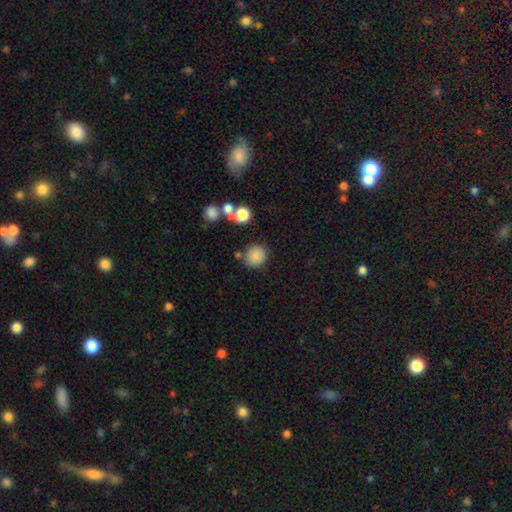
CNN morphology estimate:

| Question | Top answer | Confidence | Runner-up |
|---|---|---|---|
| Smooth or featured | smooth | 83% | star or artifact (12%) |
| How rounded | round | 89% | in between (10%) |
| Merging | none | 80% | minor disturbance (9%) |